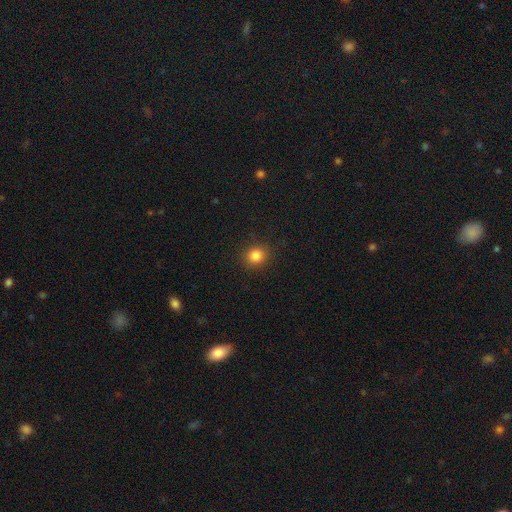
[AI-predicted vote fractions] smooth 83%, star or artifact 12%, featured or disk 5%. Down the decision tree: how rounded — round (83%); merging — none (90%).